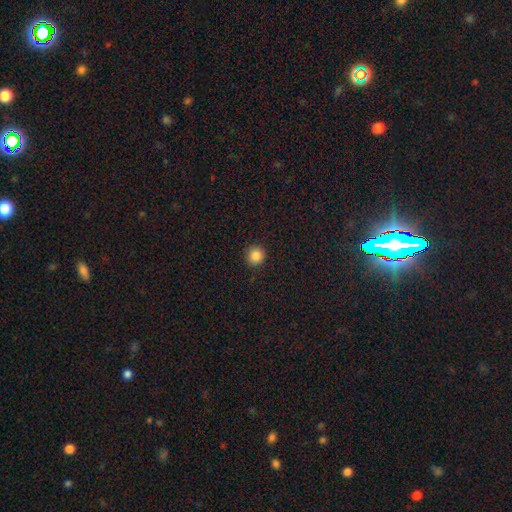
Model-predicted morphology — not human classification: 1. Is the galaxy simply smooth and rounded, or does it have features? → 86% smooth, 11% star or artifact, 4% featured or disk.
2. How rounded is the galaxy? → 93% round, 6% in between, 1% cigar-shaped.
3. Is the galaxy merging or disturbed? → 91% none, 6% minor disturbance, 2% major disturbance, 1% merger.